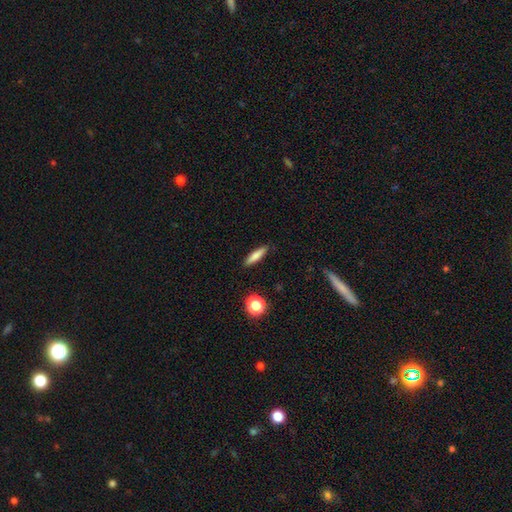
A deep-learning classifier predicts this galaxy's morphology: This appears to be a smooth galaxy with no disk features (76%) that is cigar-shaped (77%). Merging: none (89%).